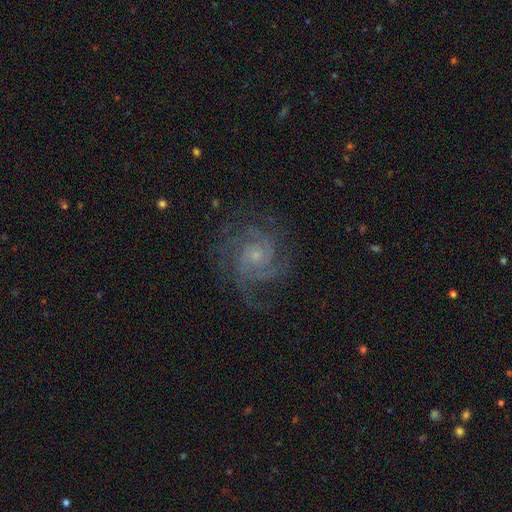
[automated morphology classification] Smooth or featured?
  - featured or disk: 87% *
  - star or artifact: 7%
  - smooth: 6%
Edge-on disk?
  - no: 98% *
  - yes: 2%
Bar?
  - no: 74% *
  - weak: 22%
  - strong: 4%
Spiral arms?
  - yes: 98% *
  - no: 2%
Spiral winding?
  - tight: 57% *
  - medium: 36%
  - loose: 7%
Spiral arm count?
  - 3: 32% *
  - 2: 20%
  - 4: 18%
  - can't tell: 17%
  - more than 4: 7%
  - 1: 6%
Bulge size?
  - small: 70% *
  - moderate: 22%
  - none: 5%
  - large: 2%
  - dominant: 1%
Merging?
  - none: 75% *
  - minor disturbance: 15%
  - major disturbance: 9%
  - merger: 1%